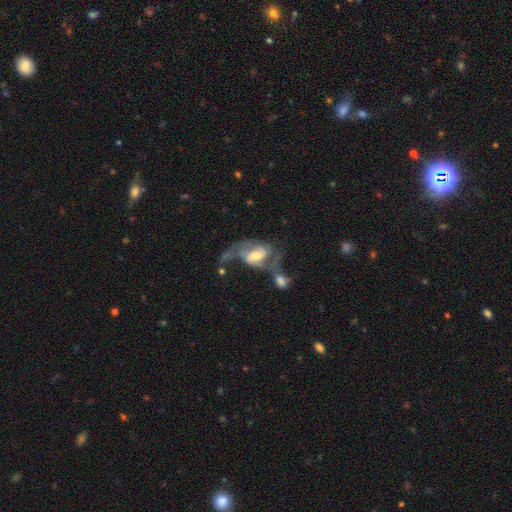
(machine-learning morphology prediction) Smooth or featured: featured or disk — 83% (smooth — 11%)
Edge-on disk: no — 96% (yes — 4%)
Bar: weak — 49% (no — 31%)
Spiral arms: yes — 93% (no — 7%)
Spiral winding: medium — 42% (loose — 41%)
Spiral arm count: 2 — 79% (can't tell — 8%)
Bulge size: moderate — 54% (large — 21%)
Merging: merger — 39% (major disturbance — 28%)